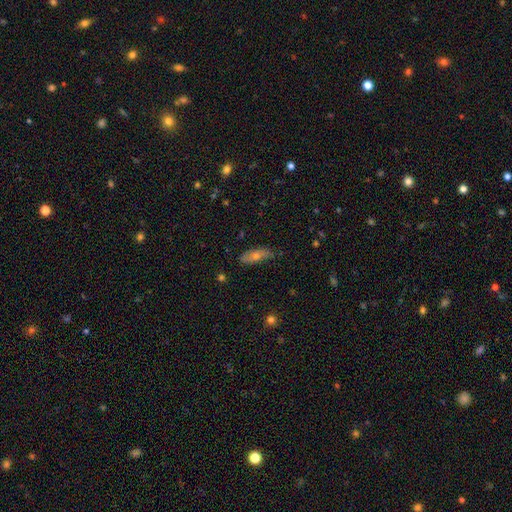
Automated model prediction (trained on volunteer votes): This appears to be a smooth galaxy with no disk features (52%) that is in between round and cigar-shaped (53%). Merging: none (70%).